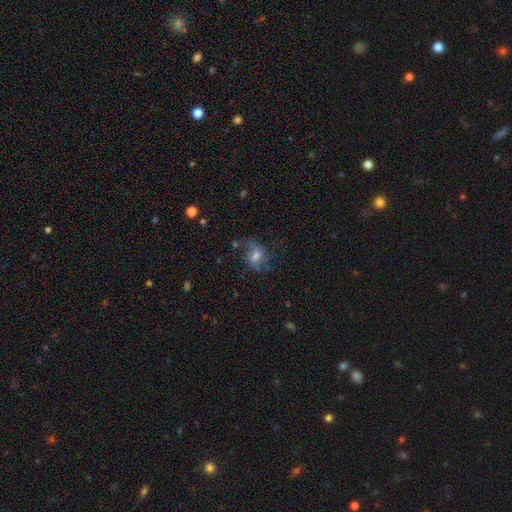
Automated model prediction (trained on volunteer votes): The model was most divided on "smooth or featured": featured or disk: 47%, smooth: 41%, star or artifact: 11%. More confident: merging — none (54%).